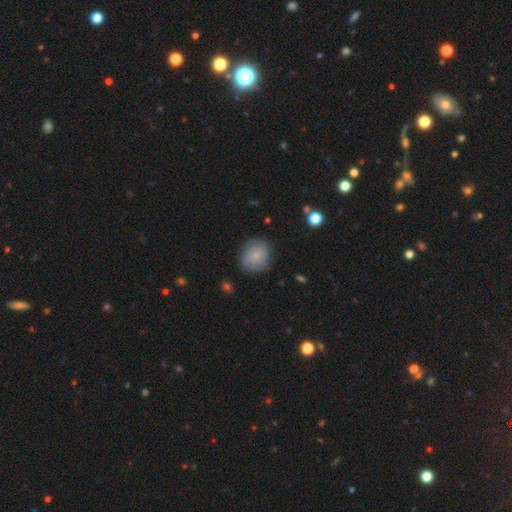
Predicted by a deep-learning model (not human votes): A smooth galaxy with no disk features (61%) that is round (80%). Merging: none (82%).